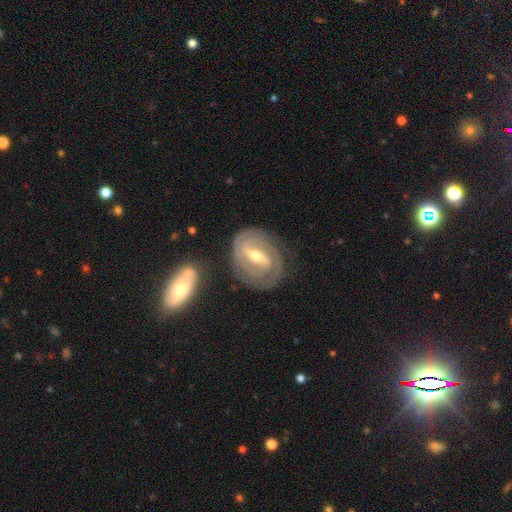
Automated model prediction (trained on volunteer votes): smooth-or-featured: featured or disk: 86% | smooth: 9% | star or artifact: 5%
  disk-edge-on: no: 95% | yes: 5%
    bar: strong: 53% | weak: 37% | no: 10%
    has-spiral-arms: yes: 93% | no: 7%
      spiral-winding: tight: 68% | medium: 26% | loose: 6%
      spiral-arm-count: 2: 63% | can't tell: 15% | 3: 12% | 1: 4% | 4: 3% | more than 4: 2%
    bulge-size: moderate: 63% | small: 32% | large: 3% | none: 1% | dominant: 1%
  merging: none: 75% | minor disturbance: 15% | major disturbance: 6% | merger: 5%